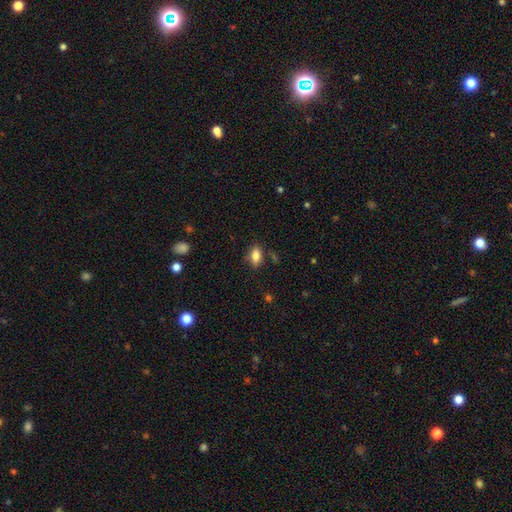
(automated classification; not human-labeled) smooth 83%, star or artifact 9%, featured or disk 8%. Down the decision tree: how rounded — in between (89%); merging — none (78%).